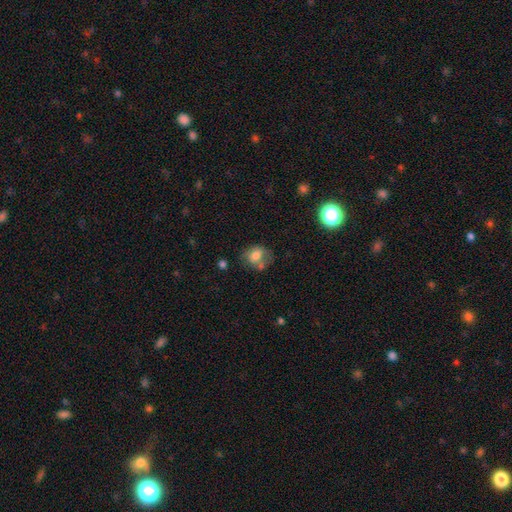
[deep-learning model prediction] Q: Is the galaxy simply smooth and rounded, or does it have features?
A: smooth — 70%.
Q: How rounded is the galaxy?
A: round — 53%.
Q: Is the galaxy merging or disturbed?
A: none — 46%.